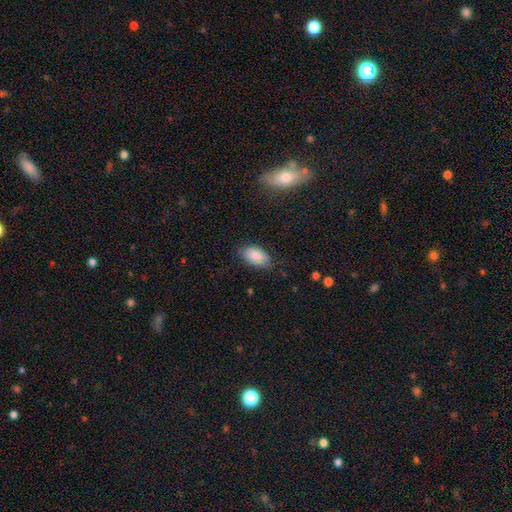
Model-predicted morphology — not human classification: smooth_or_featured: smooth (p=0.84) [alt: featured or disk p=0.09]
how_rounded: in between (p=0.93) [alt: round p=0.05]
merging: none (p=0.73) [alt: minor disturbance p=0.21]